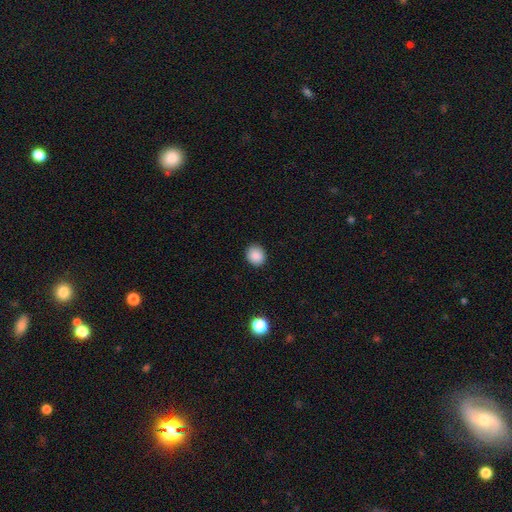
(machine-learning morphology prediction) Q: Smooth or featured?
A: smooth (88%); runner-up: star or artifact (9%)
Q: How rounded?
A: round (69%); runner-up: in between (30%)
Q: Merging?
A: none (89%); runner-up: minor disturbance (8%)